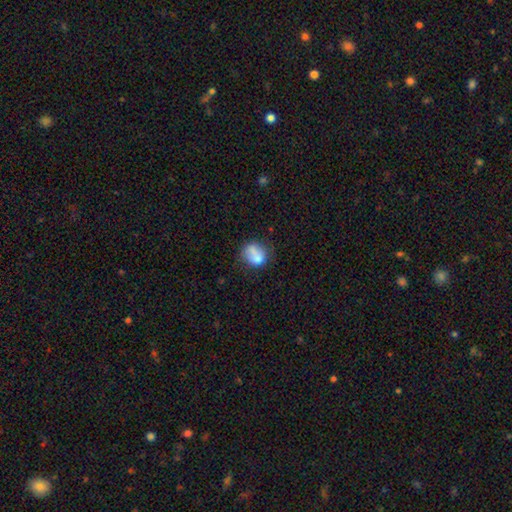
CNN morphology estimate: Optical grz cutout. It shows a smooth galaxy with no disk features (74%) that is round (66%). Merging: none (47%).